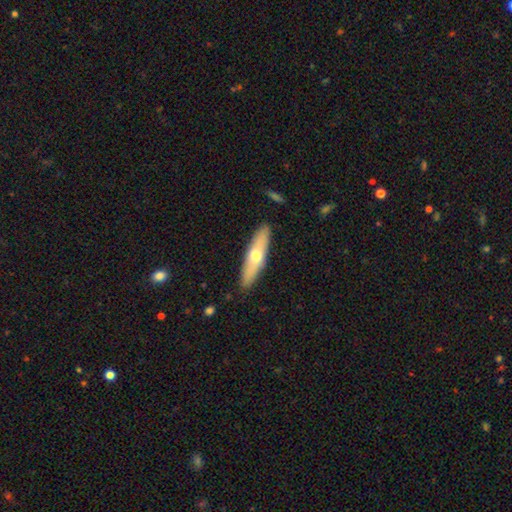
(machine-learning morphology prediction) Smooth or featured?
  - smooth: 54% *
  - featured or disk: 41%
  - star or artifact: 5%
How rounded?
  - cigar-shaped: 69% *
  - in between: 29%
  - round: 2%
Merging?
  - none: 89% *
  - minor disturbance: 8%
  - major disturbance: 2%
  - merger: 1%